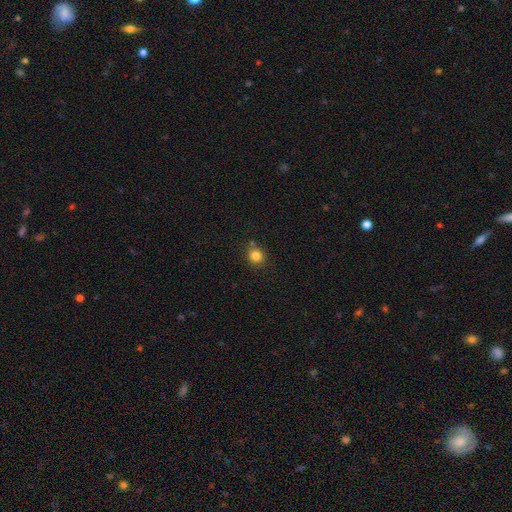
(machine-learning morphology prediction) Overall: smooth (83%). How rounded: round (87%). Merging: none (80%).